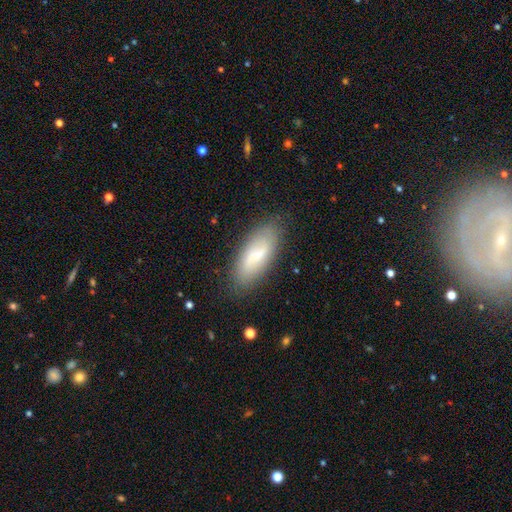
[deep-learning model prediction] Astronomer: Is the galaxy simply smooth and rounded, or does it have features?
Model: smooth — 62%.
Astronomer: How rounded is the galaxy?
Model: in between — 76%.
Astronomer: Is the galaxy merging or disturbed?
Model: none — 81%.